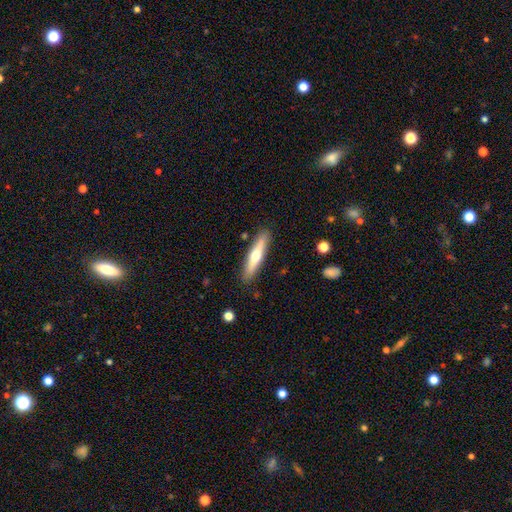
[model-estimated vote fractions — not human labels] Morphology: type=smooth (50%); roundness=cigar-shaped (85%); merging=none (88%).